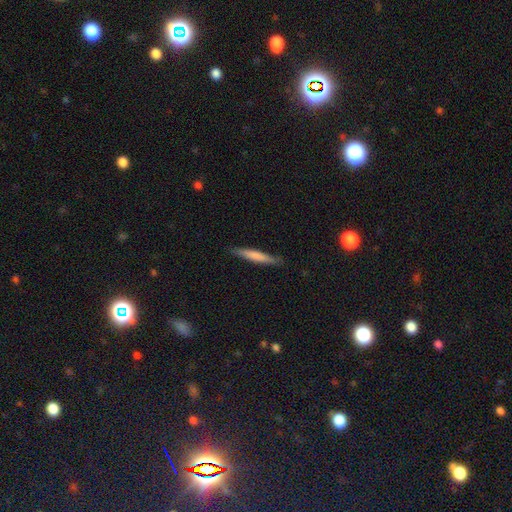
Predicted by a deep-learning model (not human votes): This is likely a smooth galaxy (71%). How rounded: clearly cigar-shaped (94%). Merging: clearly none (87%).